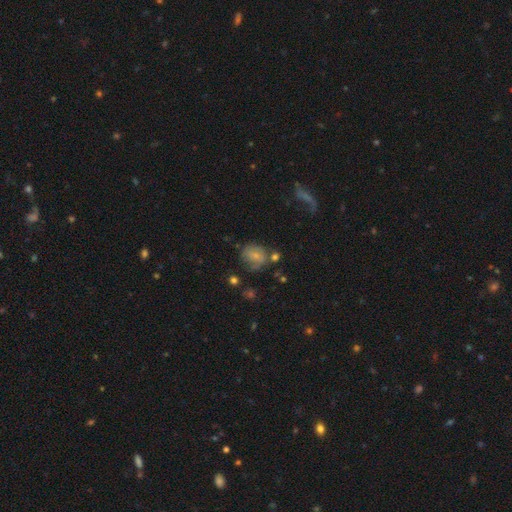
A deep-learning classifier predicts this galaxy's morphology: type=smooth (59%); roundness=round (64%); merging=none (51%).